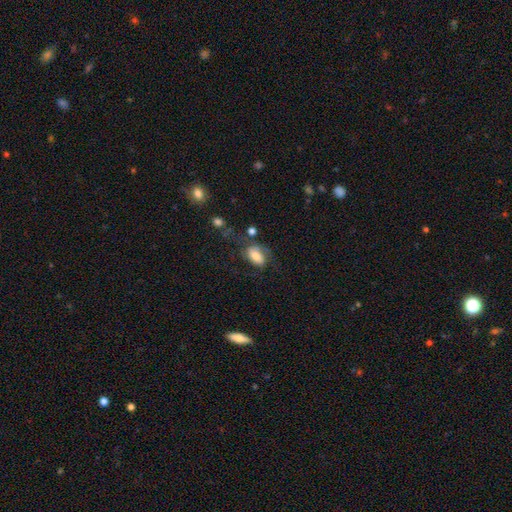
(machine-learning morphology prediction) Smooth or featured? Predicted: smooth (p=0.64). How rounded? Predicted: in between (p=0.88). Merging? Predicted: none (p=0.44).